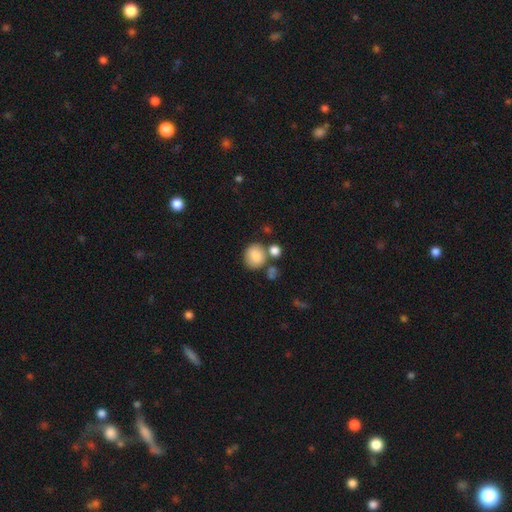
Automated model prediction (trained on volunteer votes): The model was most divided on "merging": none: 62%, merger: 20%, minor disturbance: 13%, major disturbance: 5%. More confident: smooth or featured — smooth (82%); how rounded — round (79%).